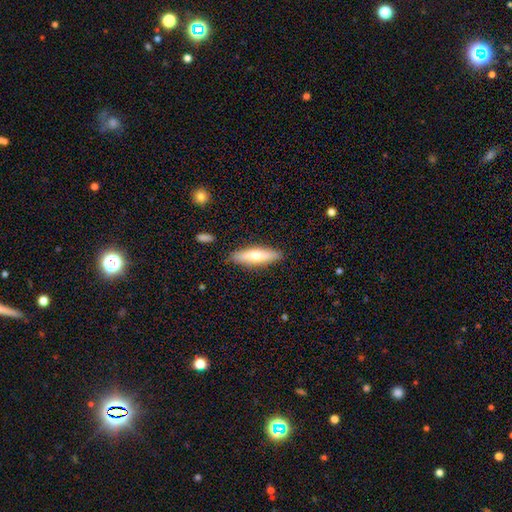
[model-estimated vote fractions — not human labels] A smooth galaxy with no disk features (62%) that is cigar-shaped (72%). Merging: none (85%).